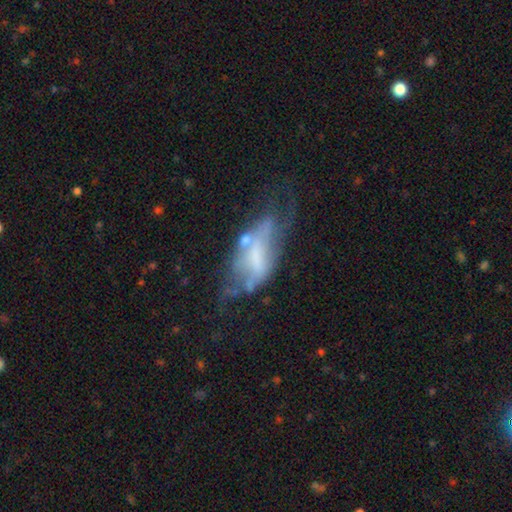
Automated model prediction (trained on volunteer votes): The model was most divided on "merging": major disturbance: 37%, none: 27%, minor disturbance: 22%, merger: 14%. Remaining: edge-on disk — no (84%); spiral arms — no (65%); smooth or featured — featured or disk (60%); bar — no (54%); bulge size — none (42%).